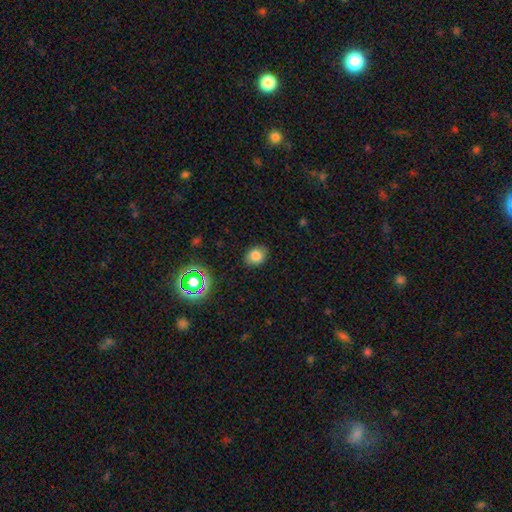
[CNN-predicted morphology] smooth 80%, star or artifact 14%, featured or disk 7%. Down the decision tree: how rounded — in between (52%); merging — none (85%).